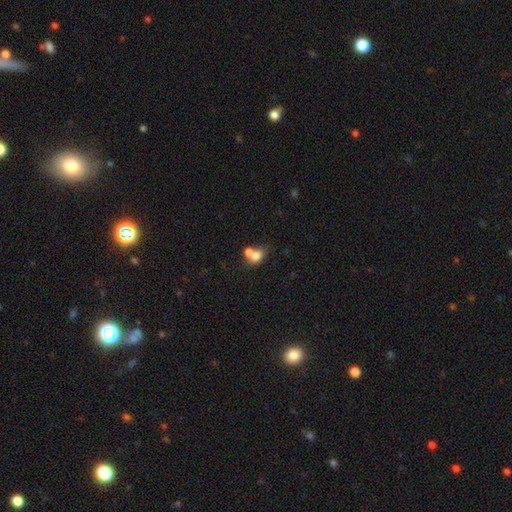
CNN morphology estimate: type=smooth (72%); roundness=in between (54%); merging=merger (60%).